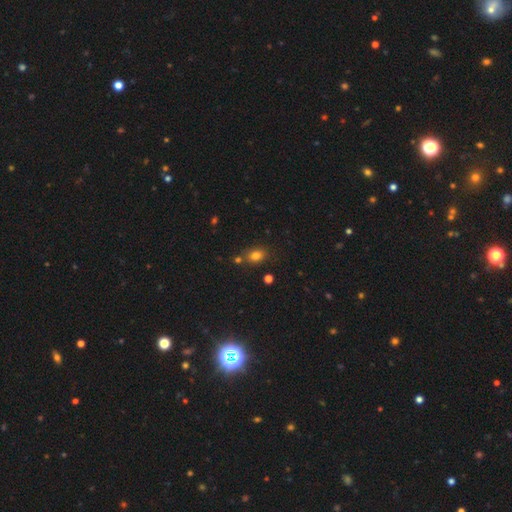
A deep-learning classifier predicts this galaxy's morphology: A smooth galaxy with no disk features (77%) that is in between round and cigar-shaped (64%).

Vote fractions:
- Smooth or featured? smooth: 77% / star or artifact: 15% / featured or disk: 8%
- How rounded? in between: 64% / round: 34% / cigar-shaped: 2%
- Merging? none: 73% / minor disturbance: 13% / merger: 11% / major disturbance: 3%